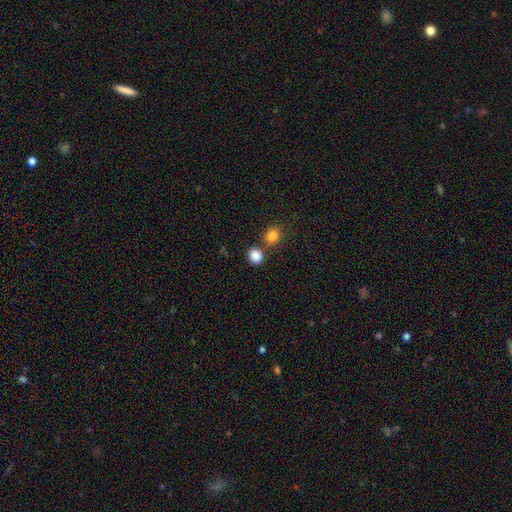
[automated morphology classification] smooth 85%, star or artifact 11%, featured or disk 4%. Down the decision tree: how rounded — round (80%); merging — none (71%).